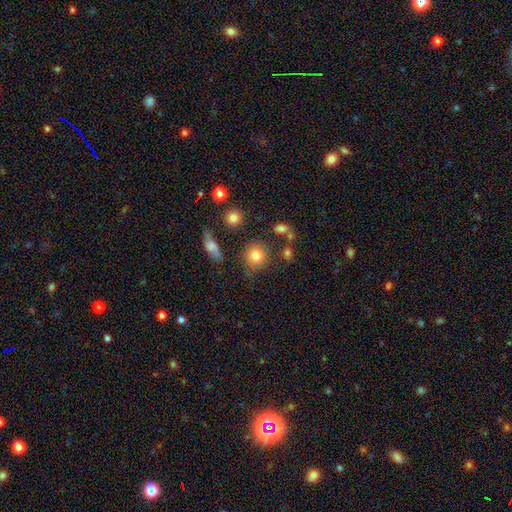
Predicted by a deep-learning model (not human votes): Smooth or featured?
  - smooth: 80% *
  - star or artifact: 11%
  - featured or disk: 9%
How rounded?
  - round: 84% *
  - in between: 14%
  - cigar-shaped: 2%
Merging?
  - none: 73% *
  - minor disturbance: 15%
  - merger: 6%
  - major disturbance: 5%